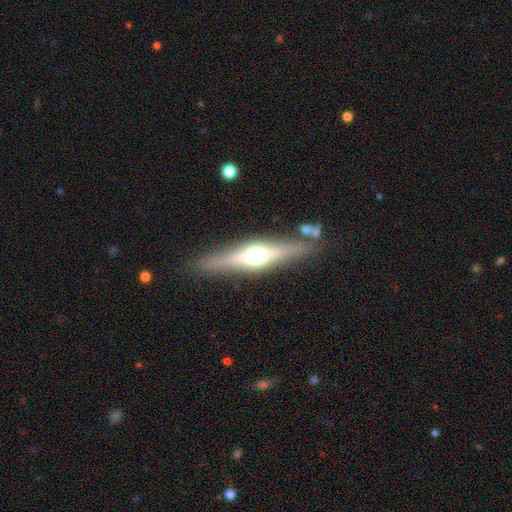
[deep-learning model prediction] Smooth or featured? featured or disk (66%)
Edge-on disk? yes (94%)
Edge-on bulge? rounded (93%)
Merging? none (85%)